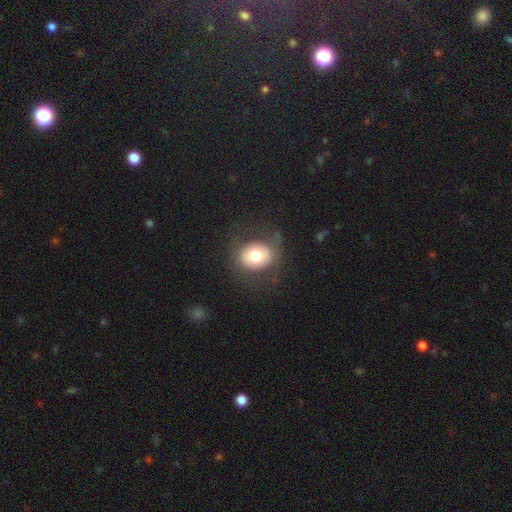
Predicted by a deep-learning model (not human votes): Morphology: type=smooth (66%); roundness=round (72%); merging=none (73%).